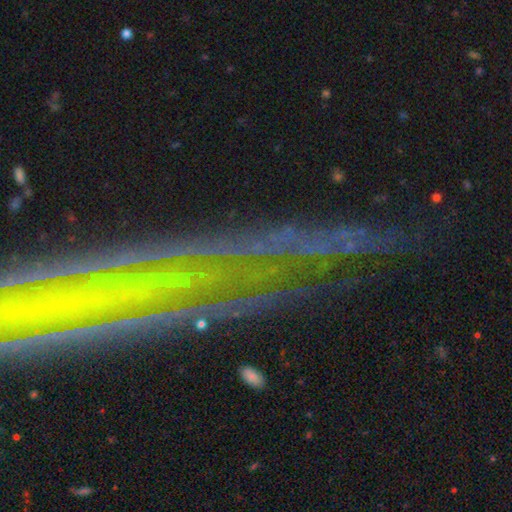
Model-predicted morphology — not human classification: Q: Smooth or featured?
A: star or artifact (60%); runner-up: featured or disk (27%)